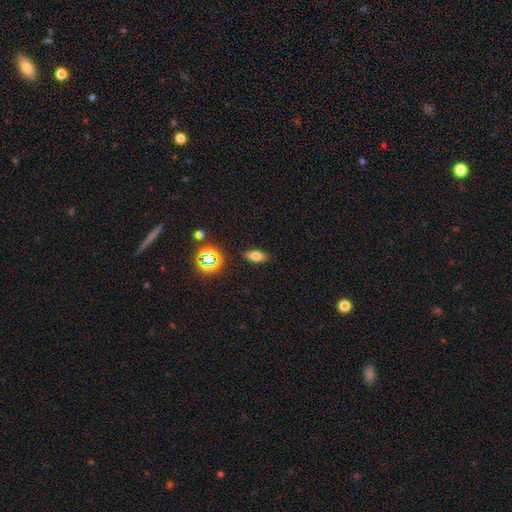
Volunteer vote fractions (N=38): Smooth or featured? 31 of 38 (82%) said smooth. How rounded? 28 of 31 (90%) said in between. Merging? 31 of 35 (89%) said none.